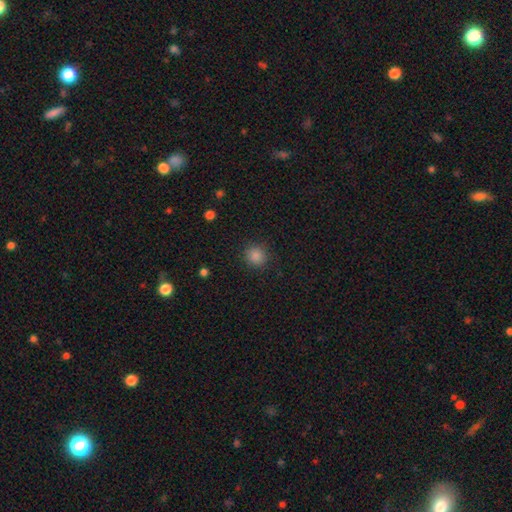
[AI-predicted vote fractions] A smooth galaxy with no disk features (86%) that is round (91%). Merging: none (89%).